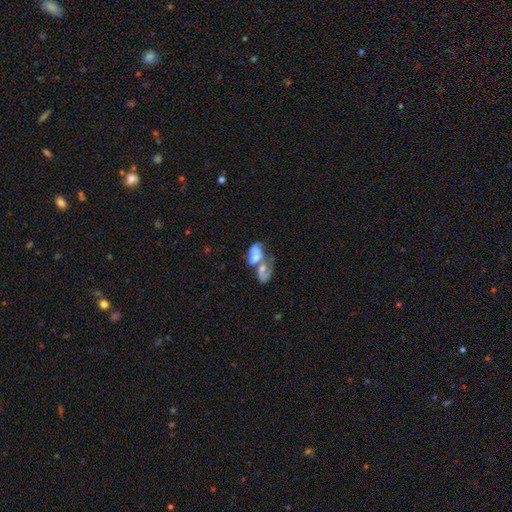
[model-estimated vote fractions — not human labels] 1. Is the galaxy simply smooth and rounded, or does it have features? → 52% featured or disk, 40% smooth, 9% star or artifact.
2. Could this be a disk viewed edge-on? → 96% no, 4% yes.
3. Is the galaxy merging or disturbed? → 79% merger, 9% major disturbance, 7% none, 5% minor disturbance.